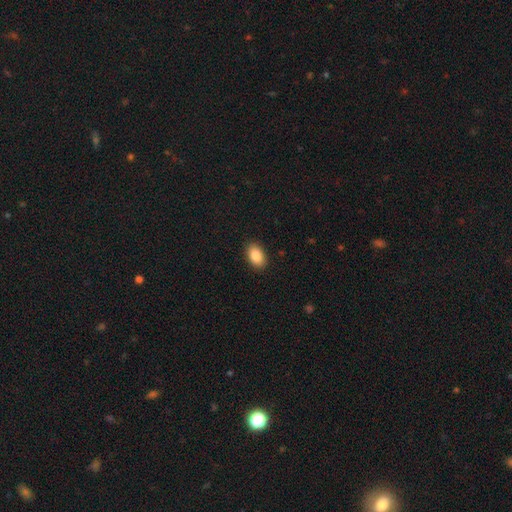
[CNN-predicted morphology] Smooth or featured? Predicted: smooth (p=0.87). How rounded? Predicted: in between (p=0.90). Merging? Predicted: none (p=0.90).